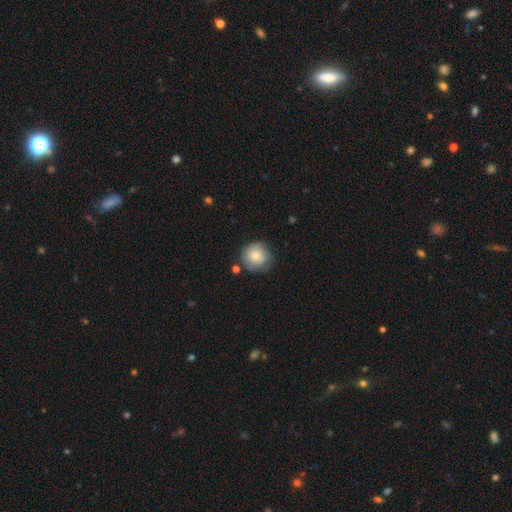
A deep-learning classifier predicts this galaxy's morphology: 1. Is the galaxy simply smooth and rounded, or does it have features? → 79% smooth, 14% featured or disk, 7% star or artifact.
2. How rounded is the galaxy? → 92% round, 7% in between, 1% cigar-shaped.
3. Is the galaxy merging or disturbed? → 71% none, 20% minor disturbance, 5% major disturbance, 5% merger.